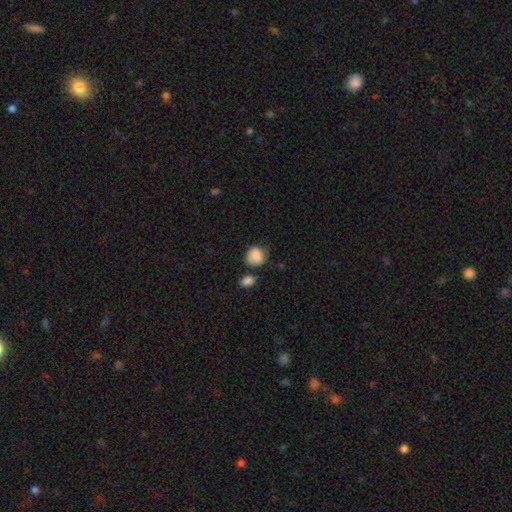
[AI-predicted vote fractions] This appears to be a smooth galaxy with no disk features (86%) that is round (72%). Merging: none (57%).